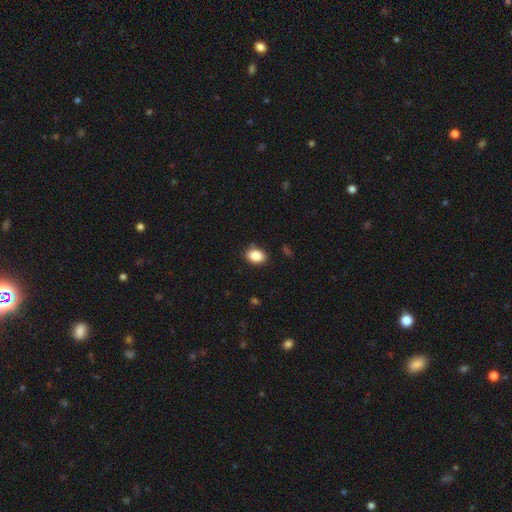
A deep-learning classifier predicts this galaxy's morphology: smooth_or_featured: smooth (p=0.86) [alt: star or artifact p=0.09]
how_rounded: in between (p=0.77) [alt: round p=0.21]
merging: none (p=0.85) [alt: minor disturbance p=0.11]